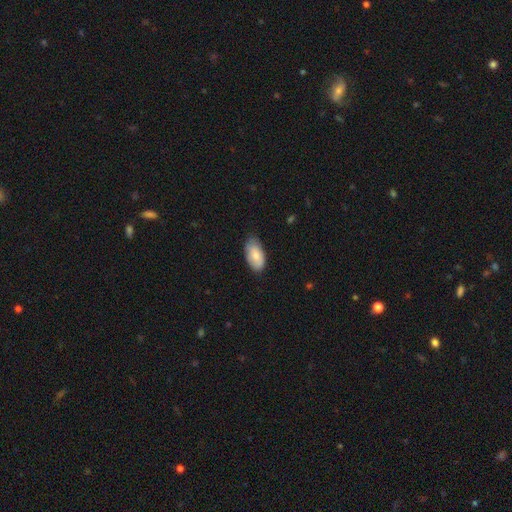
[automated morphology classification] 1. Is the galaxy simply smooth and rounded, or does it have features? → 77% smooth, 17% featured or disk, 6% star or artifact.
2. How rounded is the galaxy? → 94% in between, 3% round, 3% cigar-shaped.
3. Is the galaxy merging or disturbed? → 73% none, 23% minor disturbance, 3% major disturbance, 1% merger.